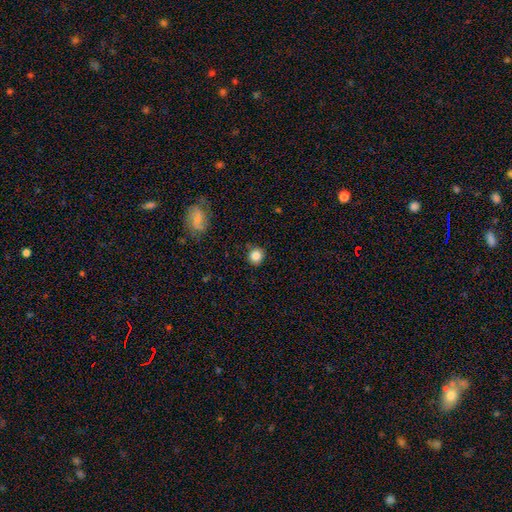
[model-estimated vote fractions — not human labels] Q: Smooth or featured?
A: smooth (84%); runner-up: star or artifact (10%)
Q: How rounded?
A: round (90%); runner-up: in between (9%)
Q: Merging?
A: none (86%); runner-up: minor disturbance (10%)